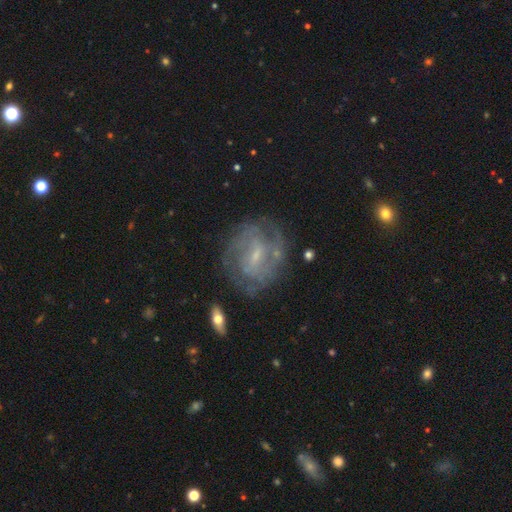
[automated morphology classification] type=featured or disk (78%); edge-on=no (97%); bar=weak (55%); spiral arms=yes (87%); winding=tight (53%); arm count=2 (37%, tied with can't tell); bulge=small (70%); merging=none (74%).